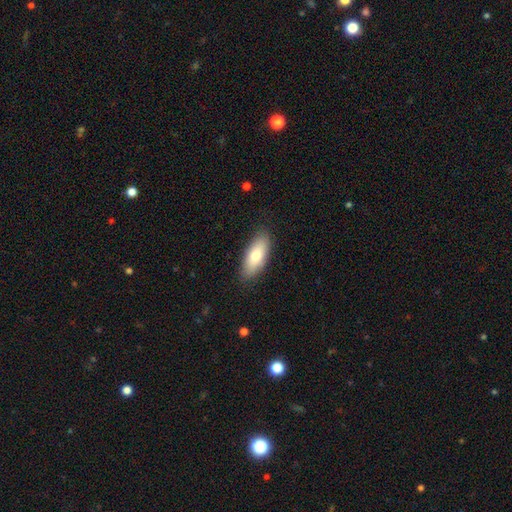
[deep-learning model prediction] A smooth galaxy with no disk features (74%) that is in between round and cigar-shaped (79%).

Vote fractions:
- Smooth or featured? smooth: 74% / featured or disk: 20% / star or artifact: 6%
- How rounded? in between: 79% / cigar-shaped: 18% / round: 3%
- Merging? none: 86% / minor disturbance: 11% / major disturbance: 2% / merger: 1%